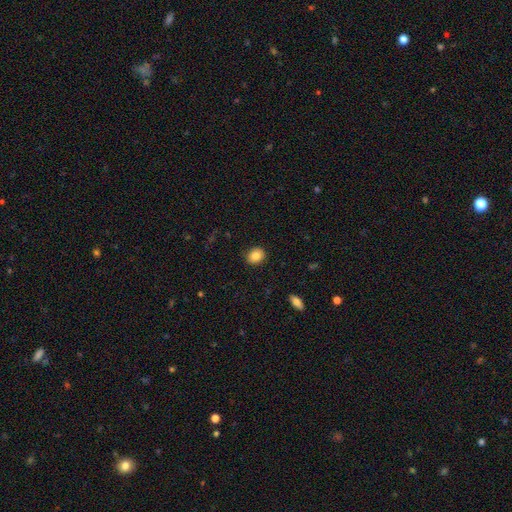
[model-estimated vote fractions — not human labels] smooth-or-featured: smooth: 86% | star or artifact: 9% | featured or disk: 6%
  how-rounded: round: 54% | in between: 45% | cigar-shaped: 1%
  merging: none: 89% | minor disturbance: 8% | major disturbance: 2% | merger: 1%